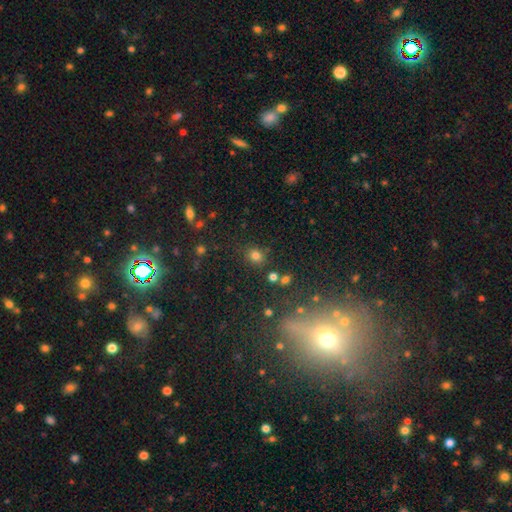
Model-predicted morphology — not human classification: Q: Smooth or featured?
A: smooth (76%); runner-up: star or artifact (18%)
Q: How rounded?
A: round (81%); runner-up: in between (18%)
Q: Merging?
A: none (81%); runner-up: minor disturbance (10%)